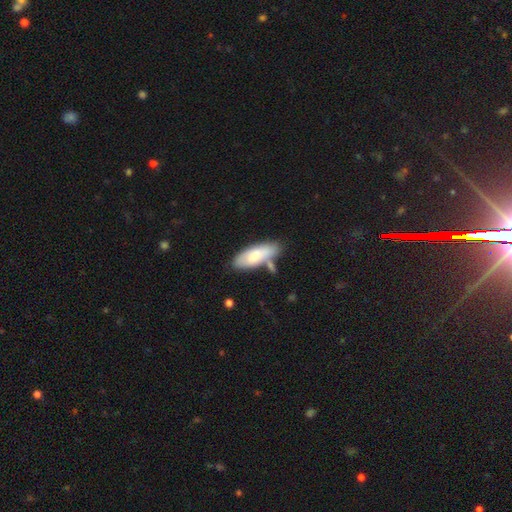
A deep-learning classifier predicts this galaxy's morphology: smooth 75%, featured or disk 20%, star or artifact 5%. Down the decision tree: how rounded — in between (73%); merging — none (61%).